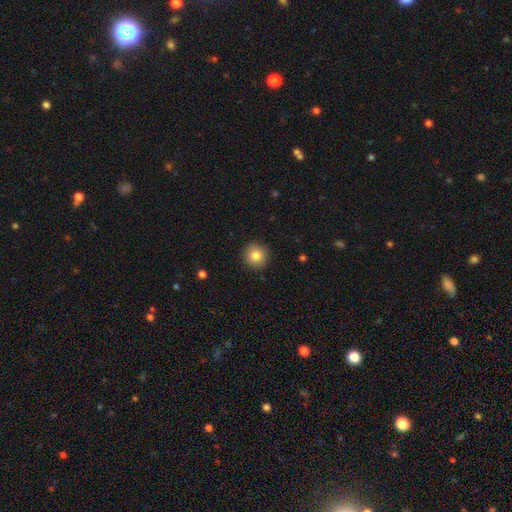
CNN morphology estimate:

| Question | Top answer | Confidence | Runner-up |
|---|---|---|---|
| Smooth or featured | smooth | 84% | star or artifact (9%) |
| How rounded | round | 94% | in between (5%) |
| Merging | none | 92% | minor disturbance (6%) |